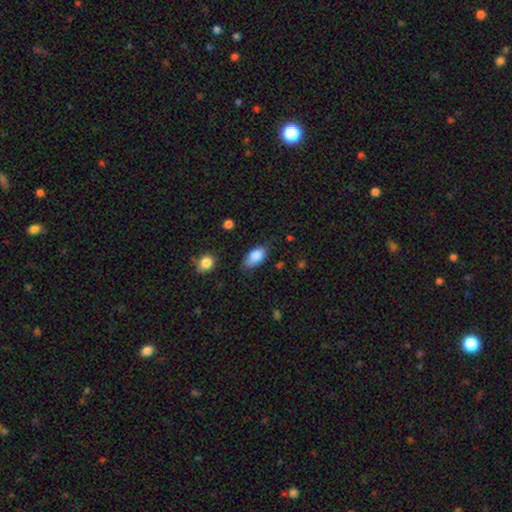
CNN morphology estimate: The model was most divided on "merging": none: 65%, minor disturbance: 26%, major disturbance: 6%, merger: 2%. More confident: how rounded — in between (91%); smooth or featured — smooth (85%).